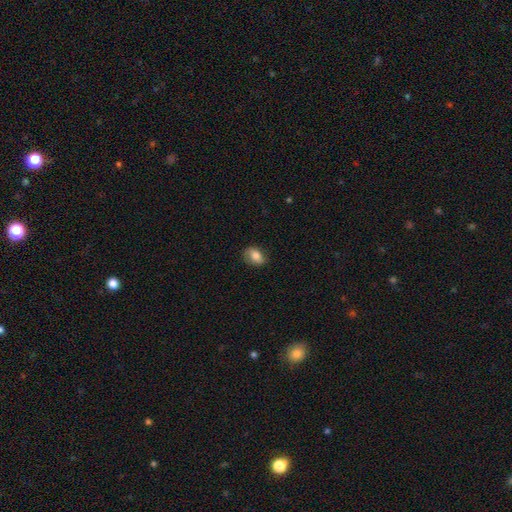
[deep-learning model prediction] smooth 77%, featured or disk 15%, star or artifact 8%. Down the decision tree: how rounded — in between (78%); merging — none (77%).